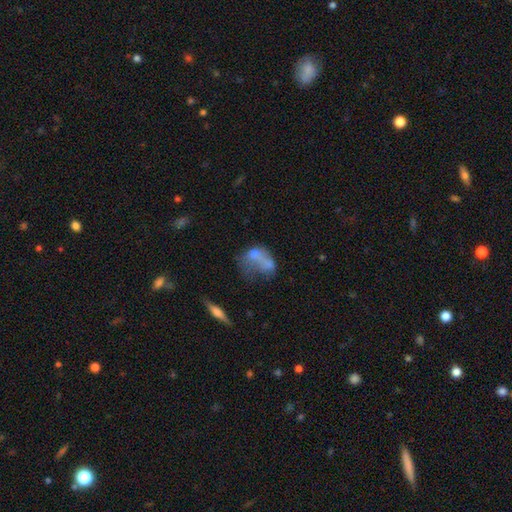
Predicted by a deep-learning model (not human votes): Smooth or featured?
  - smooth: 54% *
  - featured or disk: 33%
  - star or artifact: 12%
How rounded?
  - in between: 75% *
  - round: 22%
  - cigar-shaped: 4%
Merging?
  - major disturbance: 39% *
  - merger: 27%
  - none: 19%
  - minor disturbance: 16%